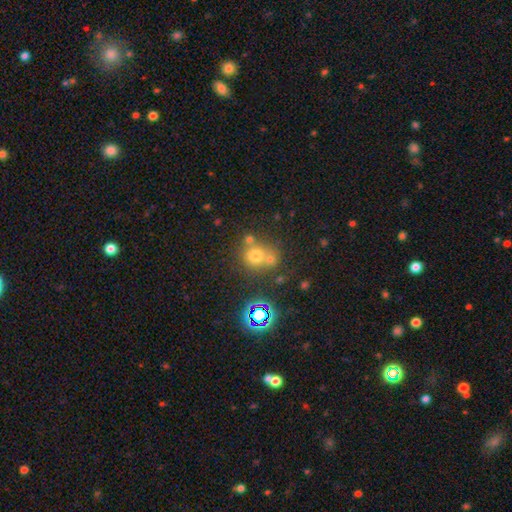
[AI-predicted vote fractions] This appears to be a smooth galaxy with no disk features (64%) that is round (83%). Merging: none (50%).